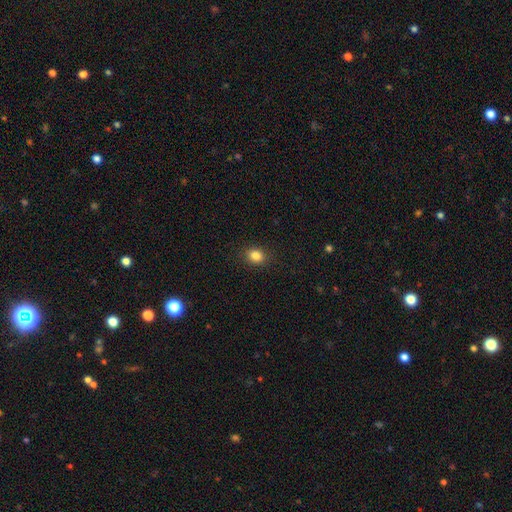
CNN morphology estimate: A smooth galaxy with no disk features (84%) that is round (55%). Merging: none (89%).